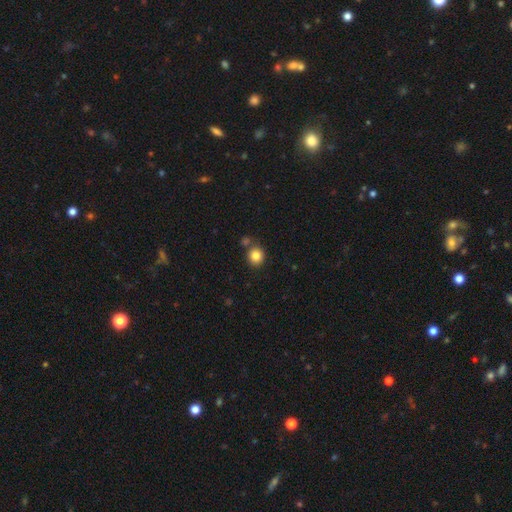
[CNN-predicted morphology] The model was most divided on "merging": none: 75%, merger: 13%, minor disturbance: 10%, major disturbance: 3%. More confident: how rounded — round (85%); smooth or featured — smooth (84%).